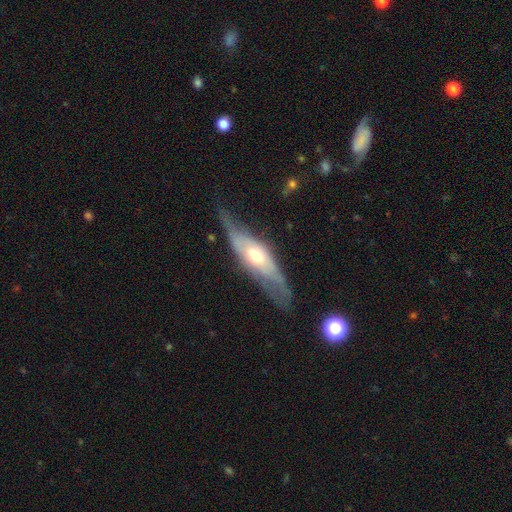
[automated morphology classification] Smooth or featured: featured or disk — 66% (smooth — 29%)
Edge-on disk: yes — 55% (no — 45%)
Merging: none — 62% (minor disturbance — 24%)